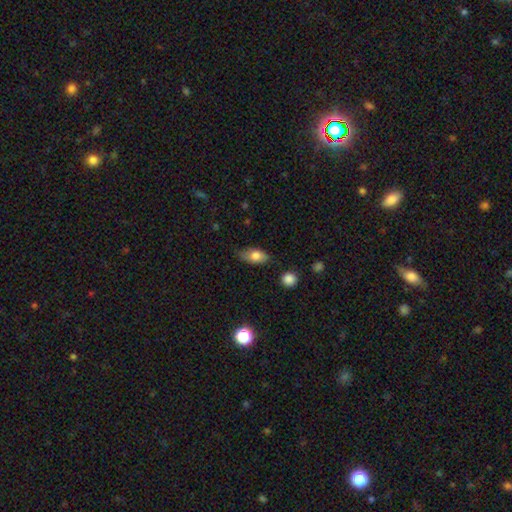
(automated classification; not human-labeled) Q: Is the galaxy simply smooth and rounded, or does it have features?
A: smooth — 76%.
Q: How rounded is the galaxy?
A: in between — 87%.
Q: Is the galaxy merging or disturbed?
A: none — 74%.